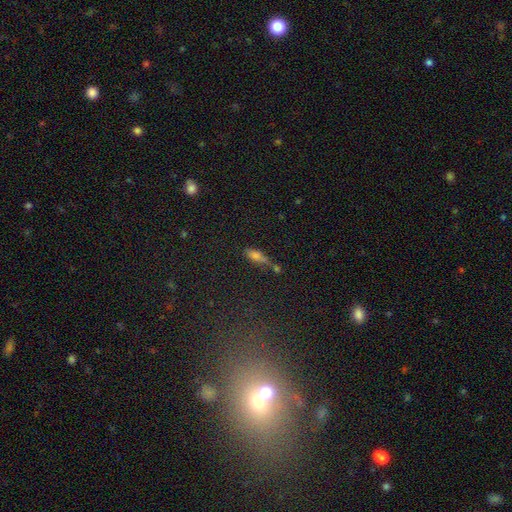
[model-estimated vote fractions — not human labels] Smooth or featured: smooth — 68% (featured or disk — 17%)
How rounded: in between — 56% (cigar-shaped — 39%)
Merging: none — 39% (minor disturbance — 27%)